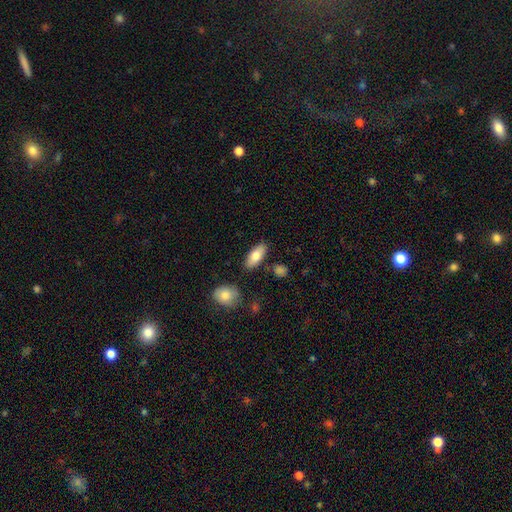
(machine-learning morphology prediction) type=smooth (79%); roundness=in between (82%); merging=none (83%).